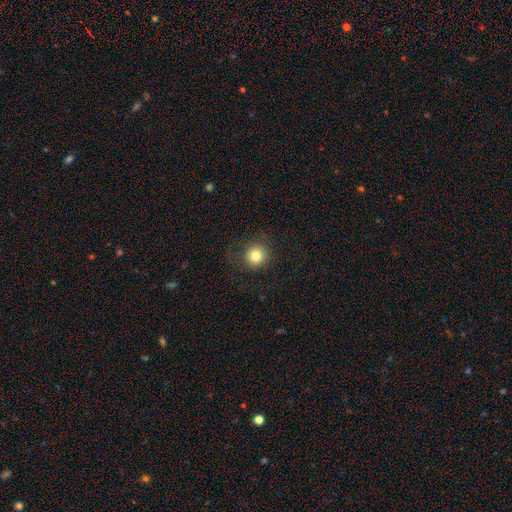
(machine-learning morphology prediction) Overall: smooth (80%). How rounded: round (93%). Merging: none (85%).